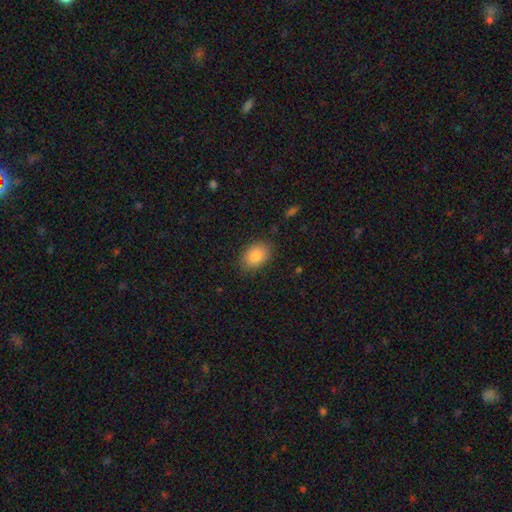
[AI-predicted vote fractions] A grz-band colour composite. It shows a smooth galaxy with no disk features (85%) that is in between round and cigar-shaped (78%). Merging: none (82%).